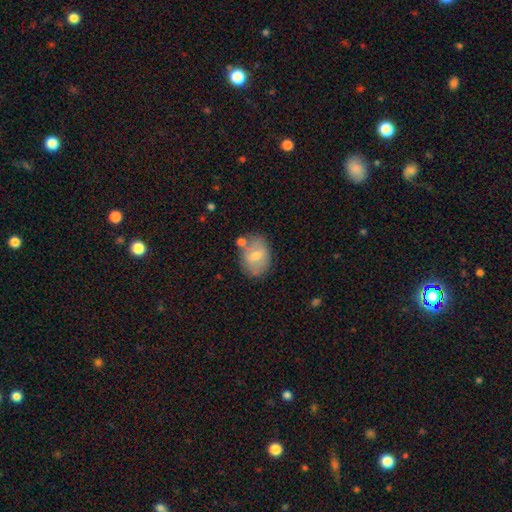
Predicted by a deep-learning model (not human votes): A smooth galaxy with no disk features (67%) that is in between round and cigar-shaped (67%). Merging: none (66%).